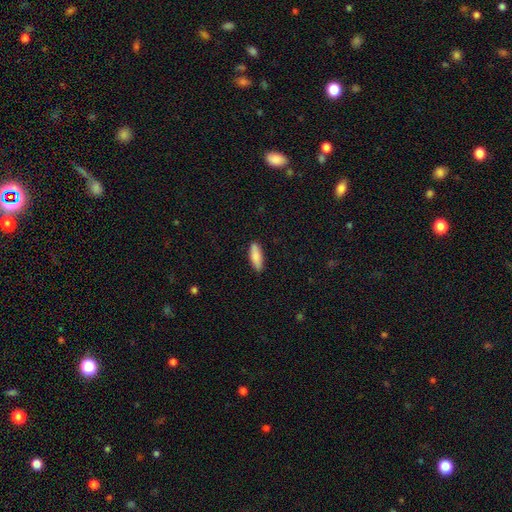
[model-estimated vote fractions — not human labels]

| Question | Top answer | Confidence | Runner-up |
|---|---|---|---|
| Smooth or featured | smooth | 87% | featured or disk (7%) |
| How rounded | in between | 57% | cigar-shaped (41%) |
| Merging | none | 87% | minor disturbance (10%) |